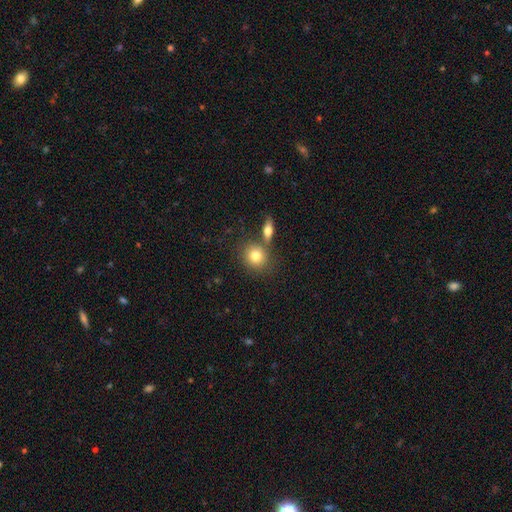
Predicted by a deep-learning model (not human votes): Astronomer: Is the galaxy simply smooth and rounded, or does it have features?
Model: smooth — 78%.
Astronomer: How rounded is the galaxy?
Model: round — 76%.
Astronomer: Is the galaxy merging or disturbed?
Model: none — 63%.